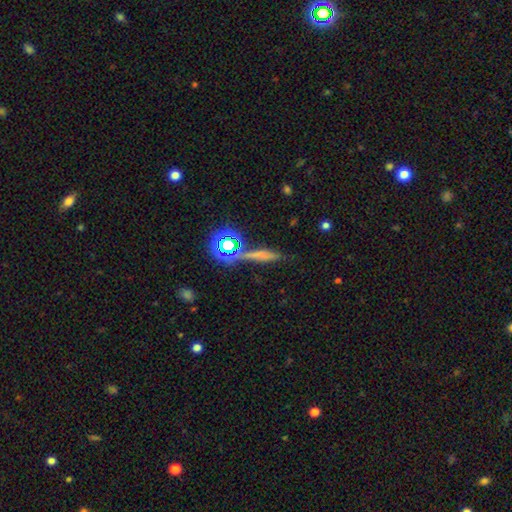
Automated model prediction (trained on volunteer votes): smooth_or_featured: smooth (p=0.41) [alt: star or artifact p=0.33]
merging: none (p=0.75) [alt: minor disturbance p=0.10]